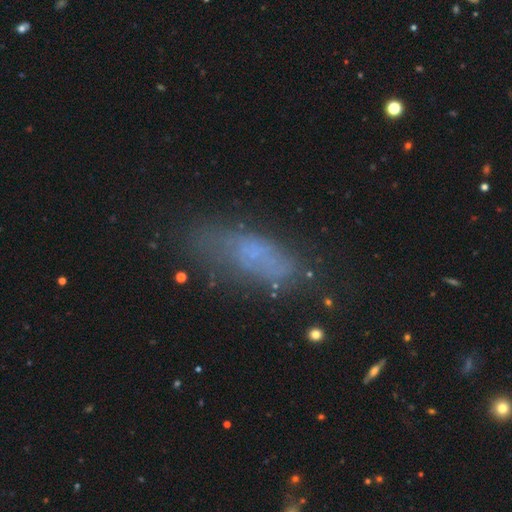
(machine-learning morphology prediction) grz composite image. It shows a smooth galaxy with no disk features (57%) that is in between round and cigar-shaped (65%). Merging: none (58%).